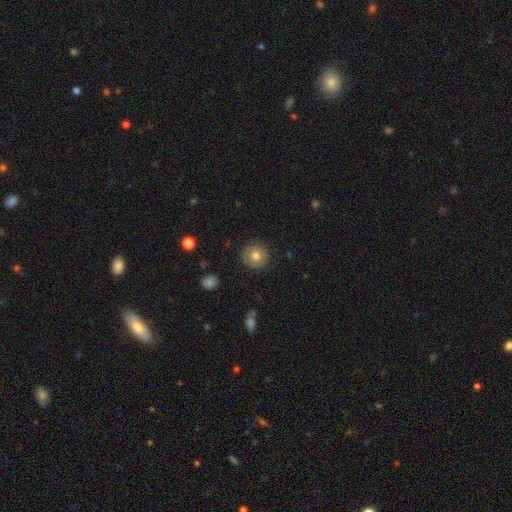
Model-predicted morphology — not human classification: The model was most divided on "smooth or featured": smooth: 72%, featured or disk: 19%, star or artifact: 9%. More confident: how rounded — round (94%); merging — none (85%).